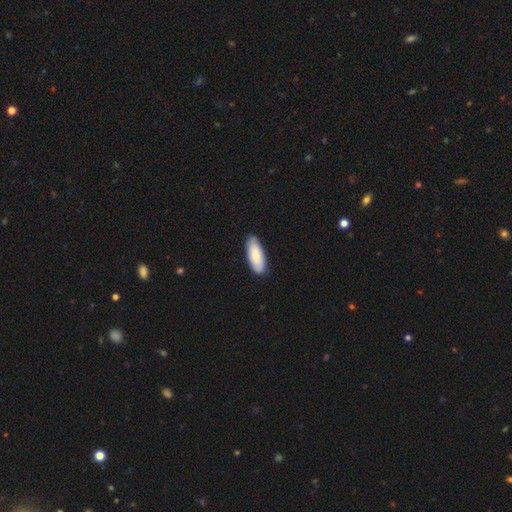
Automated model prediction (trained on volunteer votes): This is clearly a smooth galaxy (83%). How rounded: likely in between (74%). Merging: clearly none (85%).